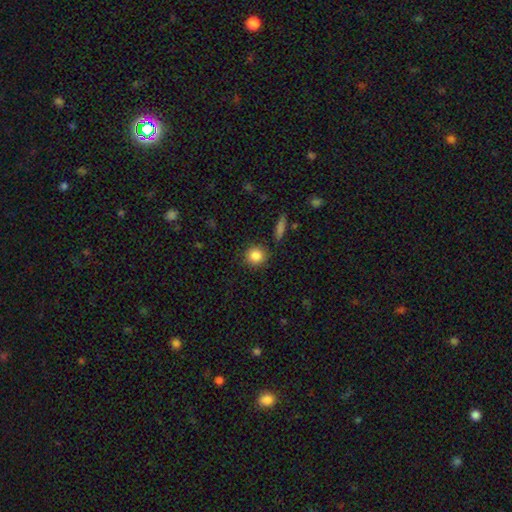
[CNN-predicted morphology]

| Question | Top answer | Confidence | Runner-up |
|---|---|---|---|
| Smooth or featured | smooth | 85% | star or artifact (9%) |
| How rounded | round | 91% | in between (8%) |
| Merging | none | 87% | minor disturbance (8%) |